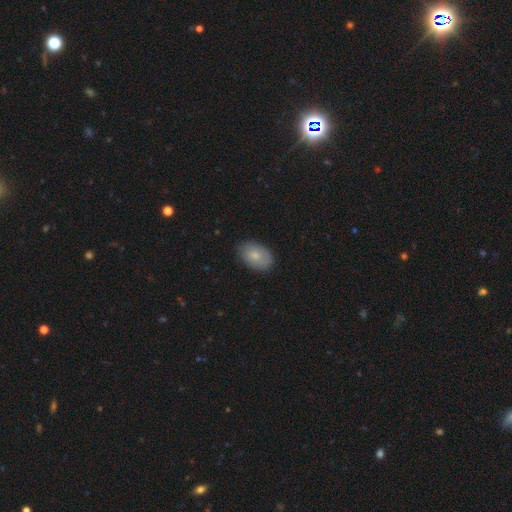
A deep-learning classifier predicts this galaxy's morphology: type=smooth (78%); roundness=in between (87%); merging=none (83%).